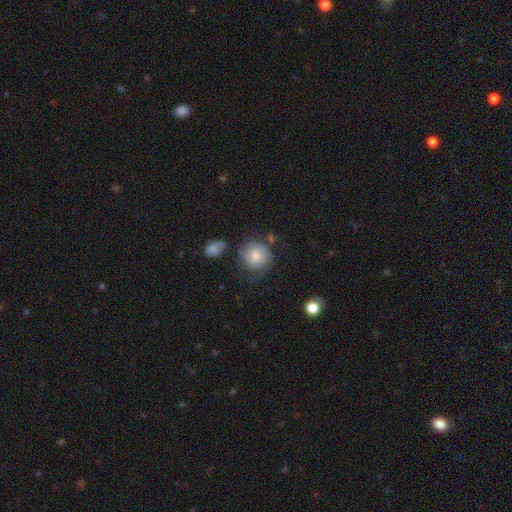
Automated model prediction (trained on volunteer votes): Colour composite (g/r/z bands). It shows a smooth galaxy with no disk features (68%) that is round (89%). Merging: none (51%).